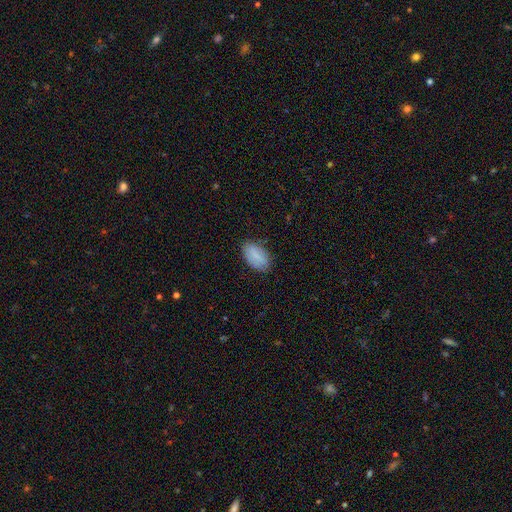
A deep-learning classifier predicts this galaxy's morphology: Overall: smooth (80%). How rounded: in between (93%). Merging: none (82%).